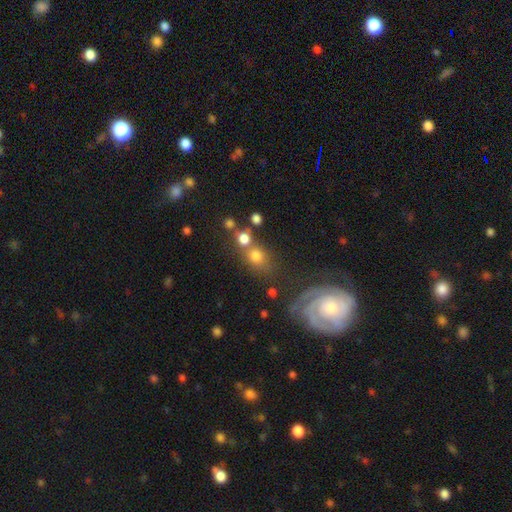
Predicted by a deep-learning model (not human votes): A smooth galaxy with no disk features (65%) that is round (68%). Merging: none (58%).